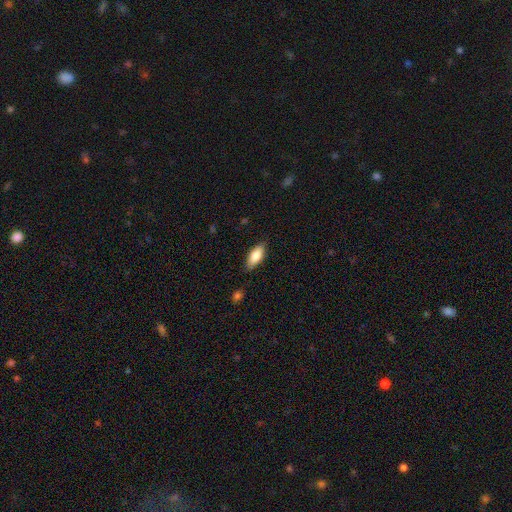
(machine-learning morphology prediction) This appears to be a smooth galaxy with no disk features (82%) that is in between round and cigar-shaped (78%). Merging: none (83%).